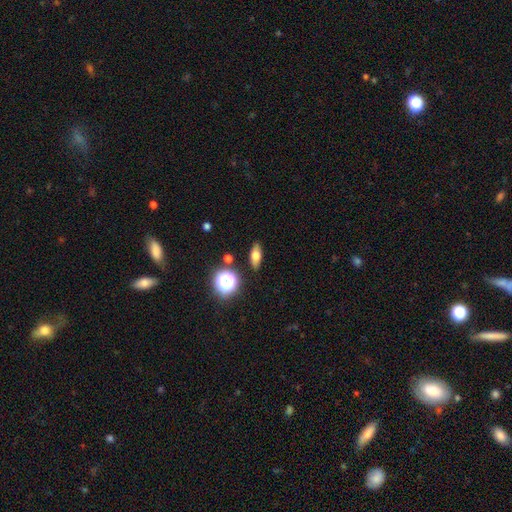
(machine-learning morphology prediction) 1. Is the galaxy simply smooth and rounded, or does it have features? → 64% smooth, 23% featured or disk, 13% star or artifact.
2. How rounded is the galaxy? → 68% in between, 20% cigar-shaped, 13% round.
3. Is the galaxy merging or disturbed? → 87% none, 9% minor disturbance, 2% merger, 2% major disturbance.